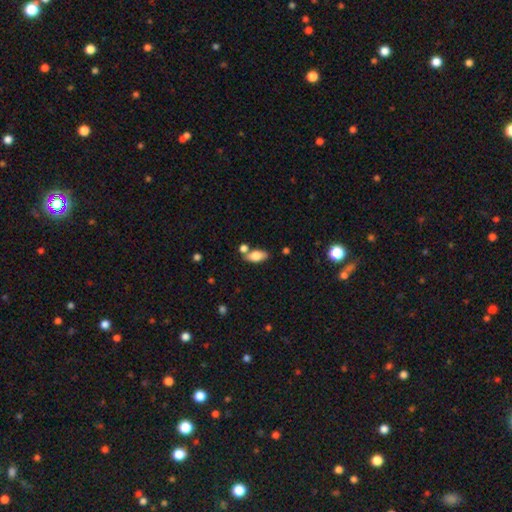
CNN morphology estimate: smooth_or_featured: smooth (p=0.77) [alt: featured or disk p=0.16]
how_rounded: in between (p=0.86) [alt: cigar-shaped p=0.10]
merging: none (p=0.67) [alt: merger p=0.16]